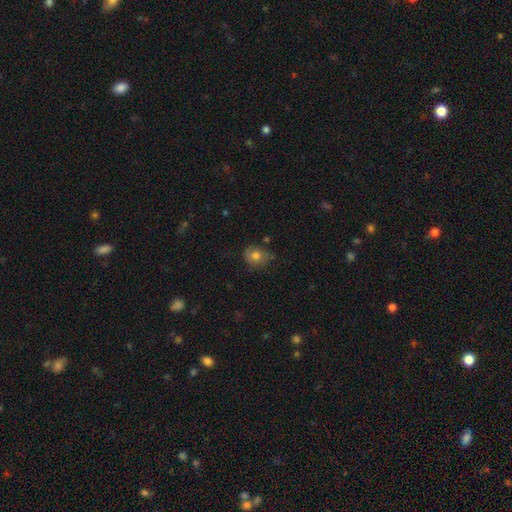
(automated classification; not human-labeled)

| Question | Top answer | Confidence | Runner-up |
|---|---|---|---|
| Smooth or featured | smooth | 73% | featured or disk (17%) |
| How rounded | round | 70% | in between (29%) |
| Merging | none | 64% | minor disturbance (27%) |